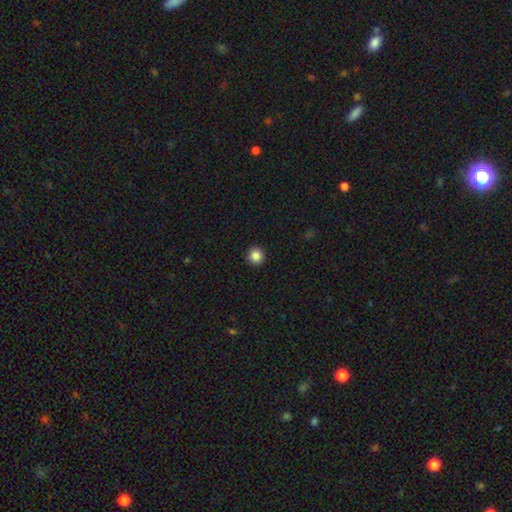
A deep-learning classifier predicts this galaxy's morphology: The model was most divided on "smooth or featured": smooth: 86%, star or artifact: 10%, featured or disk: 4%. More confident: how rounded — round (95%); merging — none (93%).